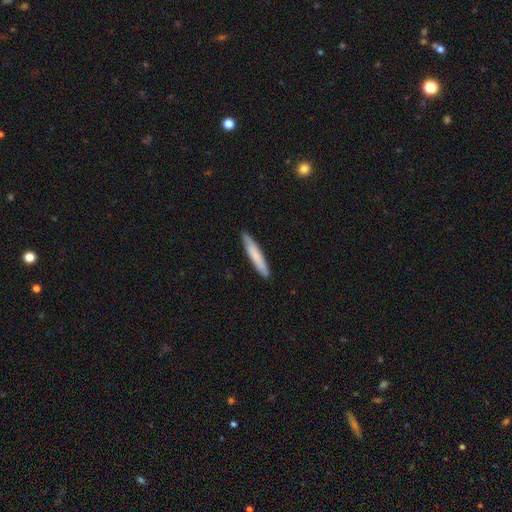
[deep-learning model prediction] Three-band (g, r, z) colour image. It shows a smooth galaxy with no disk features (75%) that is cigar-shaped (93%). Merging: none (89%).